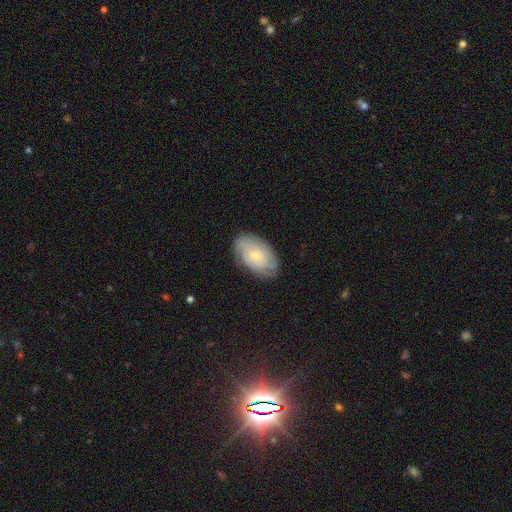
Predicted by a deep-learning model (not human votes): Morphology: type=featured or disk (54%); edge-on=no (94%); bar=no (83%); spiral arms=yes (77%); bulge=small (72%); merging=none (76%).